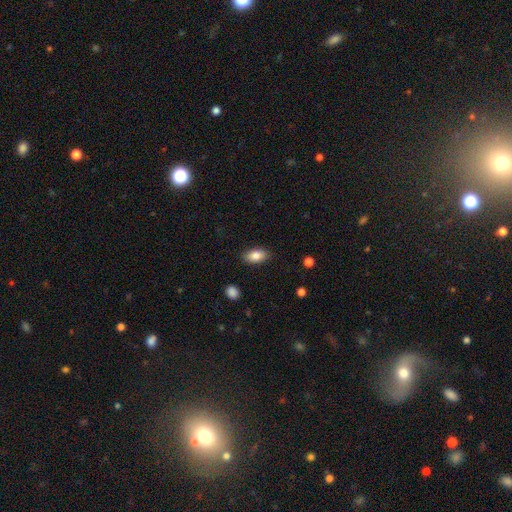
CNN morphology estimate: smooth 84%, featured or disk 9%, star or artifact 7%. Down the decision tree: how rounded — in between (91%); merging — none (87%).